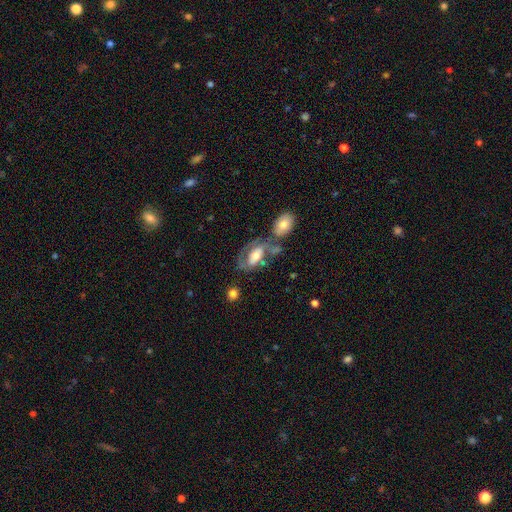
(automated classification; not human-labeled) Smooth or featured? featured or disk (56%)
Edge-on disk? no (92%)
Bar? no (56%)
Spiral arms? yes (59%)
Bulge size? moderate (56%)
Merging? none (32%)